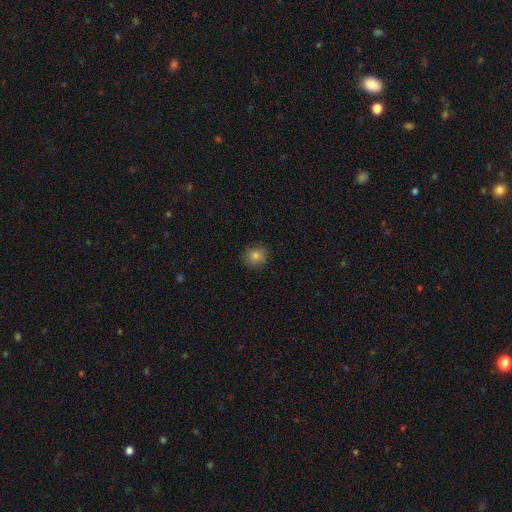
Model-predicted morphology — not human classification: smooth_or_featured: smooth (p=0.80) [alt: star or artifact p=0.13]
how_rounded: round (p=0.90) [alt: in between p=0.09]
merging: none (p=0.89) [alt: minor disturbance p=0.08]